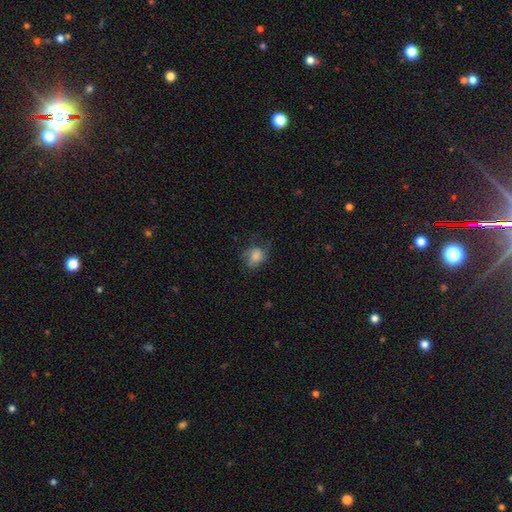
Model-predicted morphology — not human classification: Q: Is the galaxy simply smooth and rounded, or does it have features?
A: smooth — 63%.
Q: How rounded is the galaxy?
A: round — 56%.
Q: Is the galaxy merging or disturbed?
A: none — 57%.